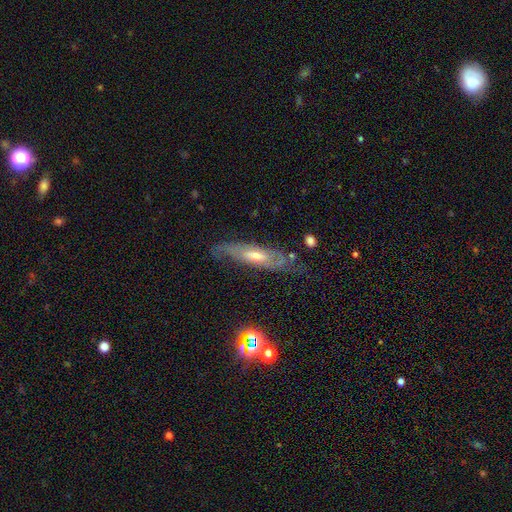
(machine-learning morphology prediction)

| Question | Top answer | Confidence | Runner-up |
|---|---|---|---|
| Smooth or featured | featured or disk | 70% | smooth (22%) |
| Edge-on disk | no | 65% | yes (35%) |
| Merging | none | 67% | minor disturbance (21%) |